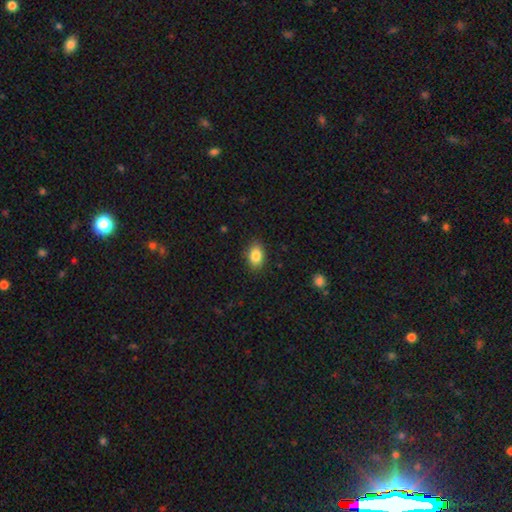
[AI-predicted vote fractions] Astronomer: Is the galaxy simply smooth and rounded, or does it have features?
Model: smooth — 86%.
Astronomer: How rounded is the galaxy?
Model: in between — 84%.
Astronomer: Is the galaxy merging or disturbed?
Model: none — 87%.